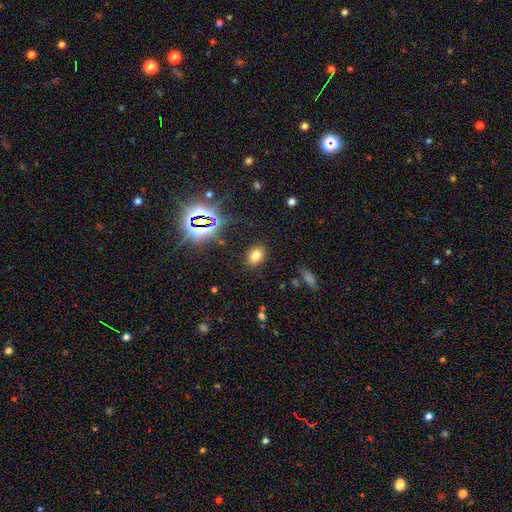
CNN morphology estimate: Smooth or featured? smooth (73%)
How rounded? in between (77%)
Merging? none (86%)